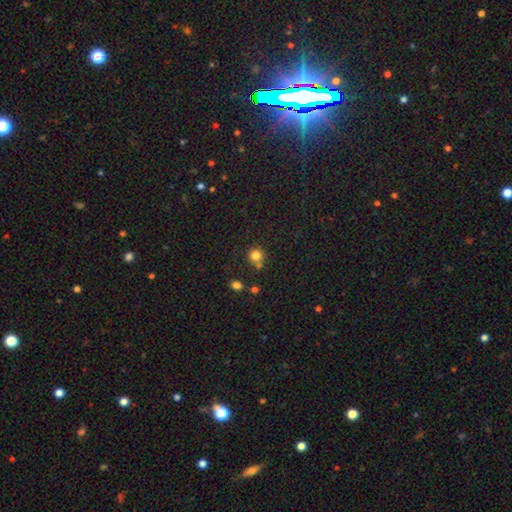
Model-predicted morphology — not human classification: This appears to be a smooth galaxy with no disk features (80%) that is round (91%). Merging: none (64%).